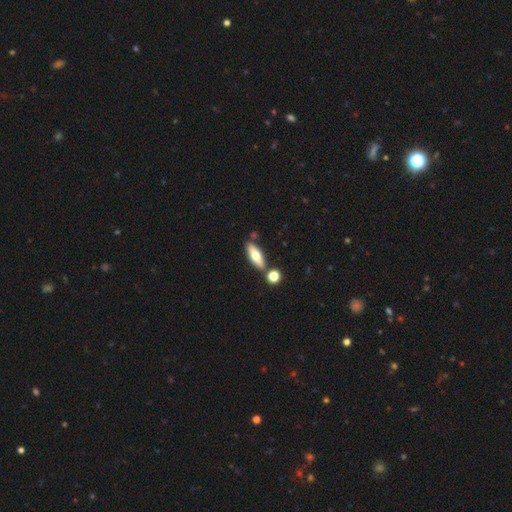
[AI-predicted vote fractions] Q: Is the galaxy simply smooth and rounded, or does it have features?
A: smooth — 62%.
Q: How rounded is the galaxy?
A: in between — 55%.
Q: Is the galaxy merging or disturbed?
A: none — 76%.